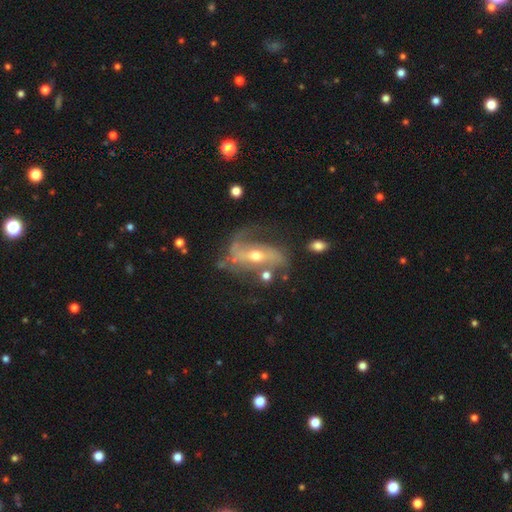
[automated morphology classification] type=featured or disk (84%); edge-on=no (90%); bar=strong (44%); spiral arms=yes (90%); winding=loose (44%); arm count=2 (68%); bulge=small (48%, tied with moderate); merging=none (52%).